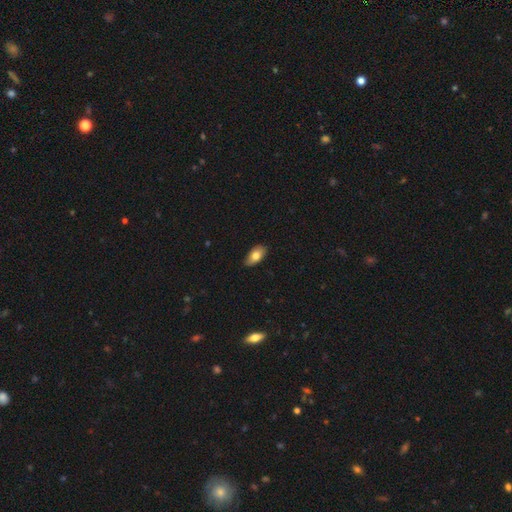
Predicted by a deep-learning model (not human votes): smooth 77%, featured or disk 16%, star or artifact 7%. Down the decision tree: how rounded — in between (92%); merging — none (83%).